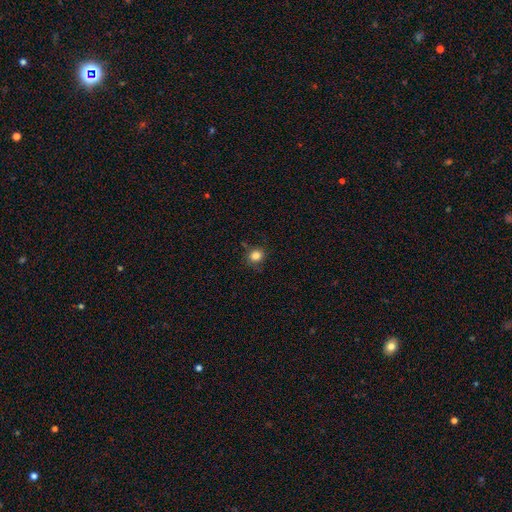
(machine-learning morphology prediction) This appears to be a smooth galaxy with no disk features (84%) that is round (79%). Merging: none (81%).